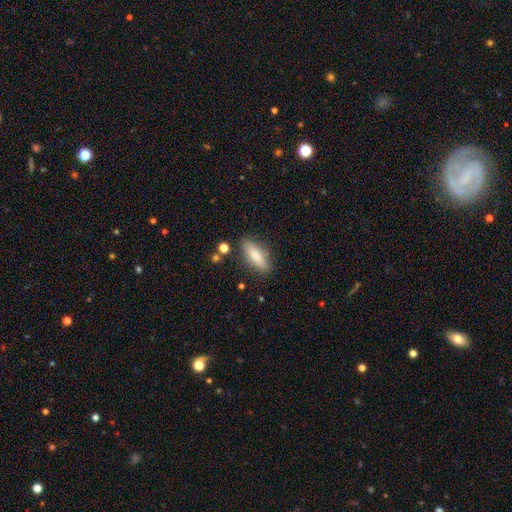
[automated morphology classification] Q: Smooth or featured?
A: smooth (75%); runner-up: featured or disk (18%)
Q: How rounded?
A: in between (59%); runner-up: cigar-shaped (39%)
Q: Merging?
A: none (84%); runner-up: minor disturbance (11%)